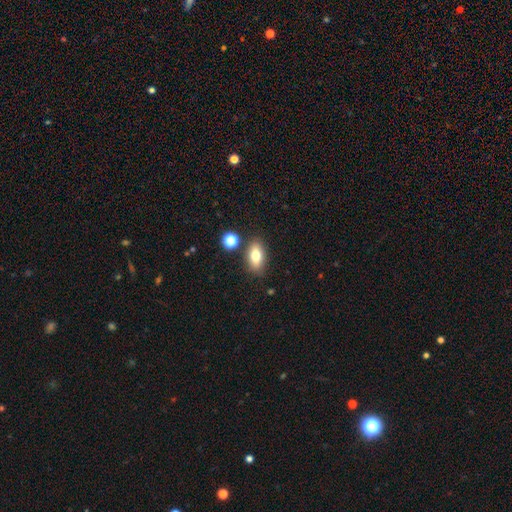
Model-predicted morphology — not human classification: Smooth or featured: smooth — 77% (featured or disk — 14%)
How rounded: in between — 85% (round — 8%)
Merging: none — 81% (minor disturbance — 10%)